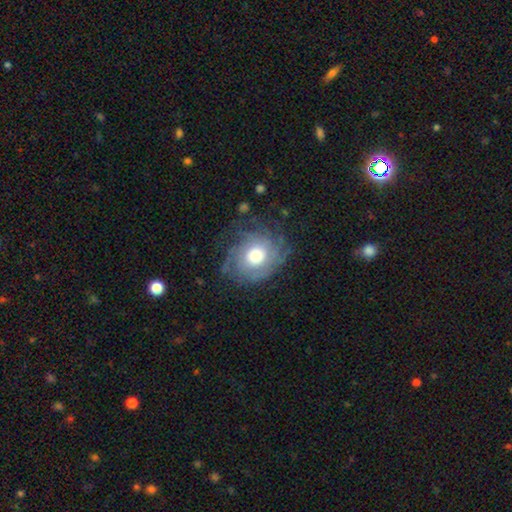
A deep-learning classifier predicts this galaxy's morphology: Q: Smooth or featured?
A: featured or disk (68%); runner-up: smooth (23%)
Q: Edge-on disk?
A: no (97%); runner-up: yes (3%)
Q: Bar?
A: no (83%); runner-up: weak (15%)
Q: Spiral arms?
A: yes (86%); runner-up: no (14%)
Q: Spiral winding?
A: tight (59%); runner-up: medium (29%)
Q: Spiral arm count?
A: can't tell (46%); runner-up: 3 (14%)
Q: Bulge size?
A: moderate (49%); runner-up: large (41%)
Q: Merging?
A: none (69%); runner-up: minor disturbance (19%)